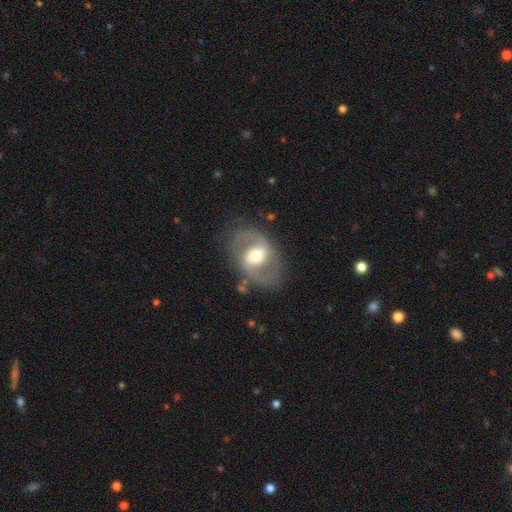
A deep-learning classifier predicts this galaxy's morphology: Smooth or featured?
  - featured or disk: 77% *
  - smooth: 17%
  - star or artifact: 6%
Edge-on disk?
  - no: 96% *
  - yes: 4%
Bar?
  - weak: 43% *
  - strong: 37%
  - no: 21%
Spiral arms?
  - yes: 79% *
  - no: 21%
Spiral winding?
  - medium: 52% *
  - loose: 30%
  - tight: 18%
Spiral arm count?
  - 2: 89% *
  - can't tell: 6%
  - 1: 2%
  - 3: 1%
  - 4: 1%
  - more than 4: 1%
Bulge size?
  - moderate: 64% *
  - large: 20%
  - small: 13%
  - dominant: 2%
  - none: 1%
Merging?
  - none: 77% *
  - minor disturbance: 13%
  - major disturbance: 8%
  - merger: 2%